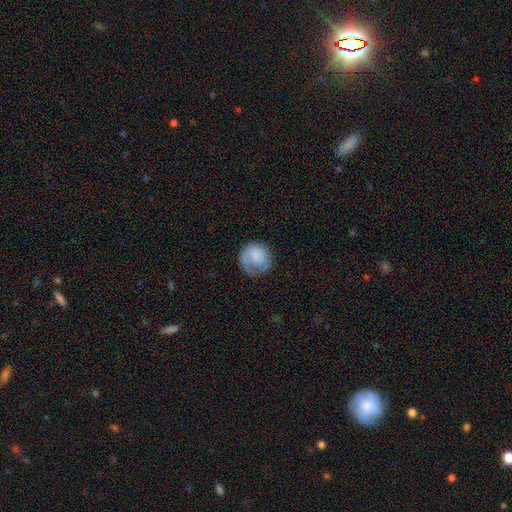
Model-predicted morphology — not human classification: smooth-or-featured: smooth: 60% | featured or disk: 33% | star or artifact: 7%
  how-rounded: round: 85% | in between: 15% | cigar-shaped: 1%
  merging: none: 57% | minor disturbance: 21% | major disturbance: 20% | merger: 2%